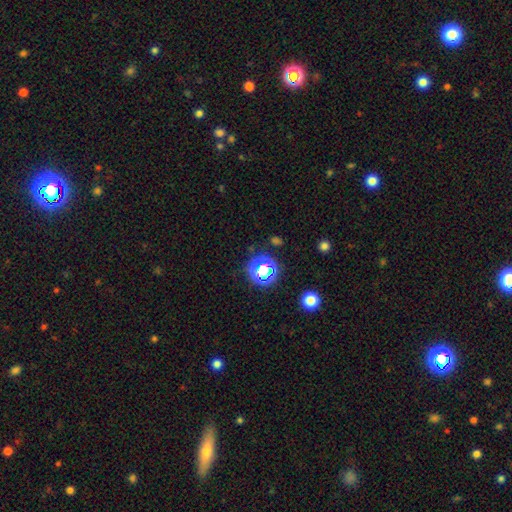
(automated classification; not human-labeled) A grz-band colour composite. It shows a star or artifact, not a galaxy (71%).